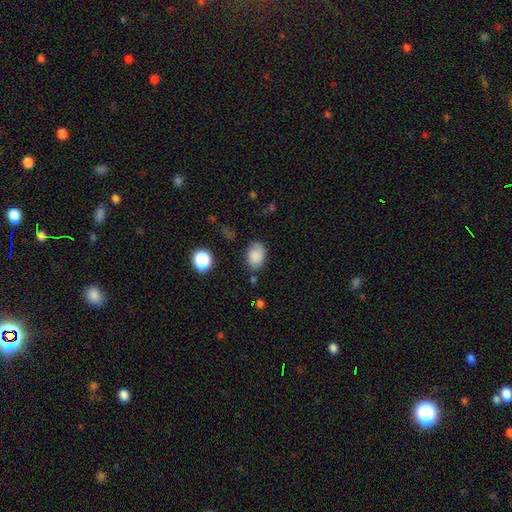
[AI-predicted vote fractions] Q: Smooth or featured?
A: smooth (80%); runner-up: featured or disk (11%)
Q: How rounded?
A: in between (77%); runner-up: round (21%)
Q: Merging?
A: none (71%); runner-up: minor disturbance (20%)